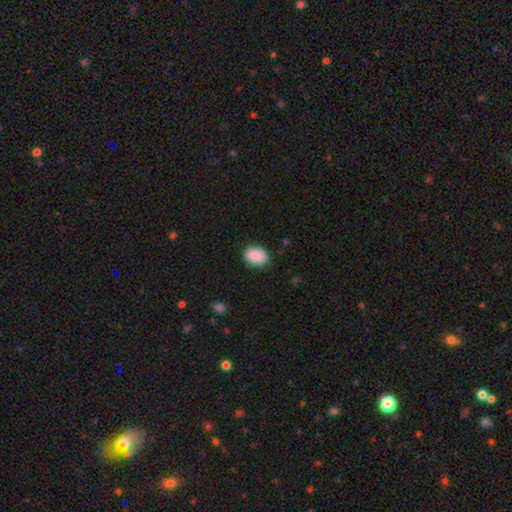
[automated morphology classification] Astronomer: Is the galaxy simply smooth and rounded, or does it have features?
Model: smooth — 90%.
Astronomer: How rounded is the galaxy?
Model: in between — 73%.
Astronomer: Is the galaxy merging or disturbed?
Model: none — 86%.